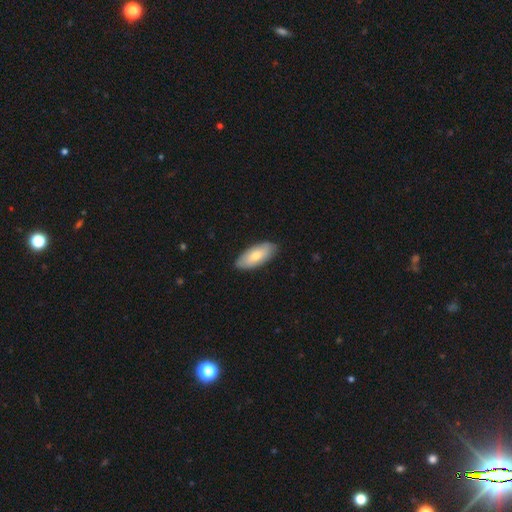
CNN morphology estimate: Smooth or featured: smooth — 74% (featured or disk — 21%)
How rounded: in between — 86% (cigar-shaped — 12%)
Merging: none — 87% (minor disturbance — 11%)